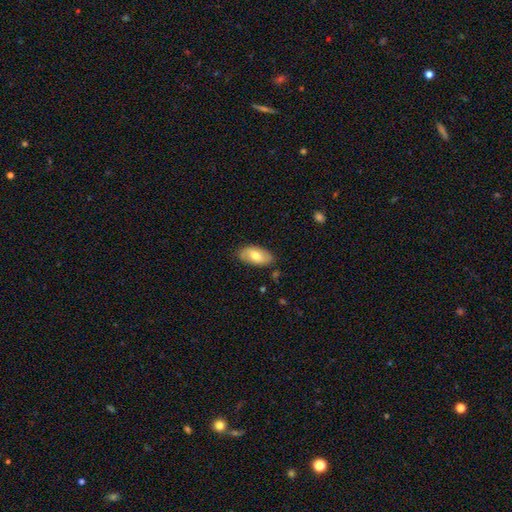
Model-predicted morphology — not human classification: A smooth galaxy with no disk features (64%) that is in between round and cigar-shaped (93%). Merging: none (82%).